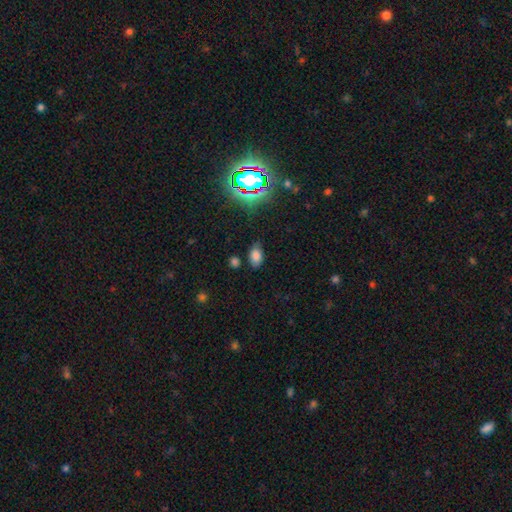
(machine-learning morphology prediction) smooth-or-featured: smooth: 74% | star or artifact: 18% | featured or disk: 8%
  how-rounded: in between: 90% | round: 9% | cigar-shaped: 2%
  merging: none: 75% | minor disturbance: 17% | major disturbance: 4% | merger: 3%